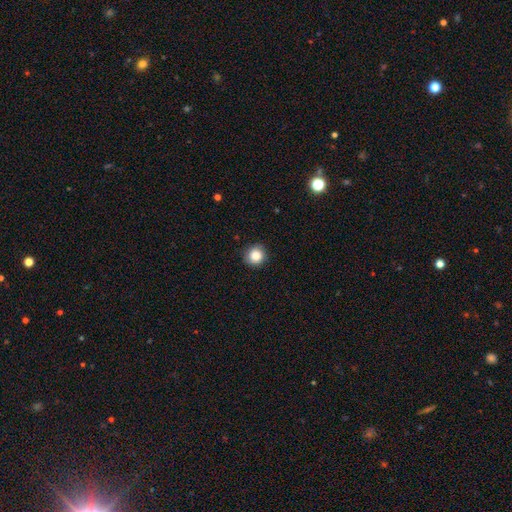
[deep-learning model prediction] Smooth or featured?
  - smooth: 85% *
  - star or artifact: 10%
  - featured or disk: 5%
How rounded?
  - round: 91% *
  - in between: 9%
  - cigar-shaped: 1%
Merging?
  - none: 86% *
  - minor disturbance: 11%
  - major disturbance: 2%
  - merger: 1%